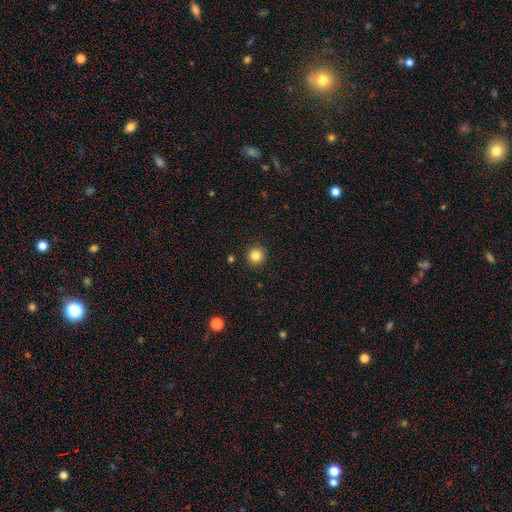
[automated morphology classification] smooth_or_featured: smooth (p=0.84) [alt: star or artifact p=0.11]
how_rounded: round (p=0.94) [alt: in between p=0.05]
merging: none (p=0.91) [alt: minor disturbance p=0.06]